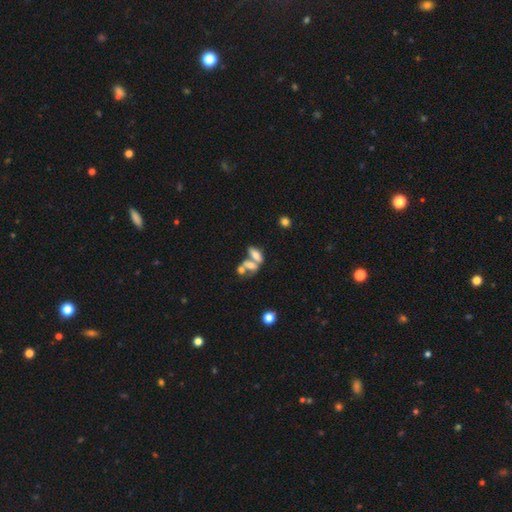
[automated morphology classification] This is possibly a smooth galaxy (56%). How rounded: likely in between (75%). Merging: possibly merger (57%).